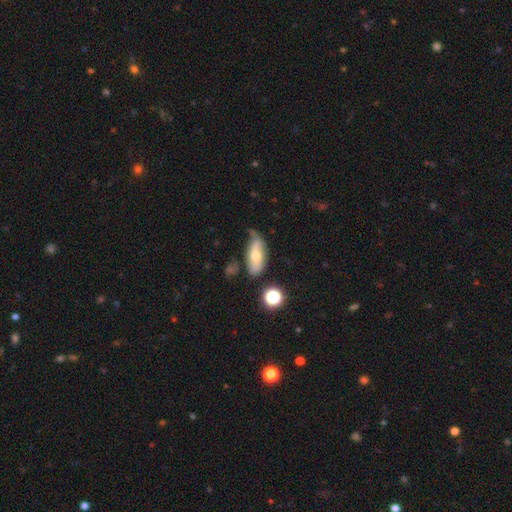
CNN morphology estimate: smooth 52%, featured or disk 38%, star or artifact 9%. Down the decision tree: how rounded — in between (80%); merging — none (49%).